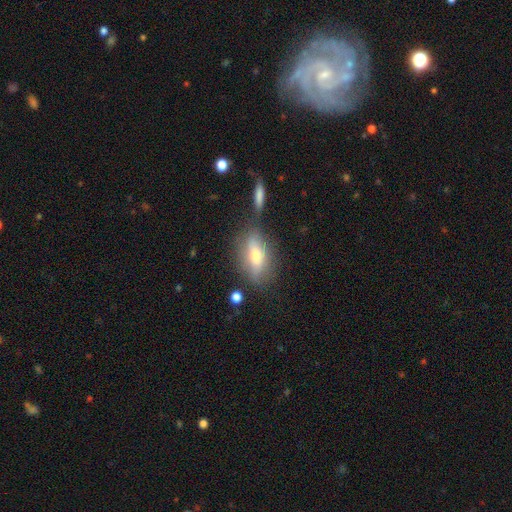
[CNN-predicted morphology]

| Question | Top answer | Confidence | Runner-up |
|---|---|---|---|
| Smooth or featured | smooth | 57% | featured or disk (35%) |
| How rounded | in between | 72% | cigar-shaped (22%) |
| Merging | none | 70% | minor disturbance (16%) |